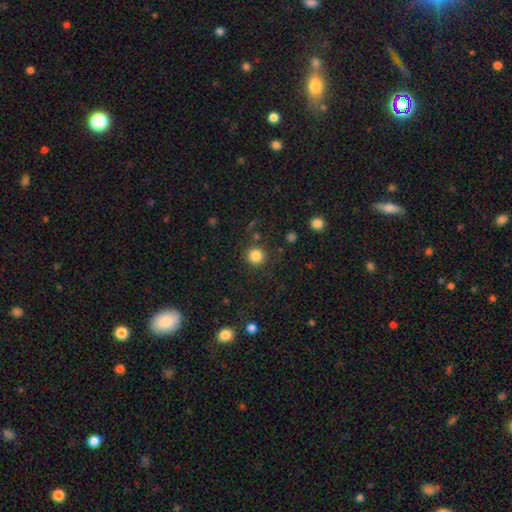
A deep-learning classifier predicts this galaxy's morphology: This appears to be a smooth galaxy with no disk features (84%) that is round (92%). Merging: none (87%).